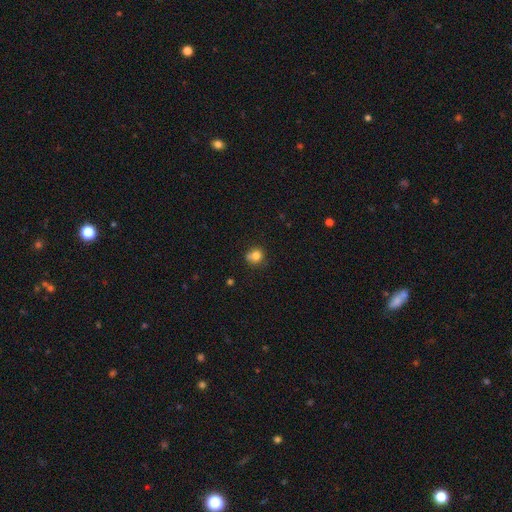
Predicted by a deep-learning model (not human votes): smooth_or_featured: smooth (p=0.79) [alt: star or artifact p=0.12]
how_rounded: round (p=0.81) [alt: in between p=0.18]
merging: none (p=0.62) [alt: minor disturbance p=0.21]